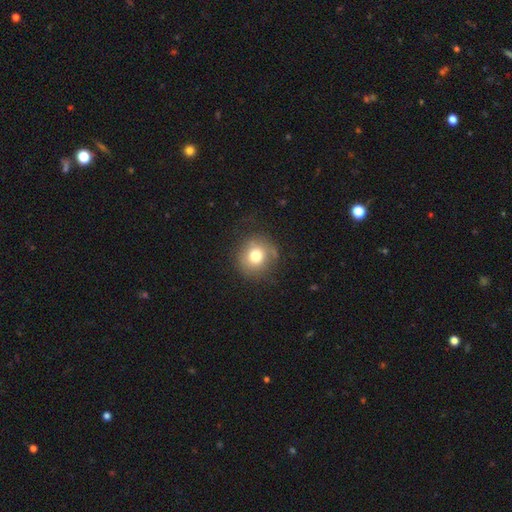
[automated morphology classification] type=smooth (74%); roundness=round (87%); merging=none (75%).